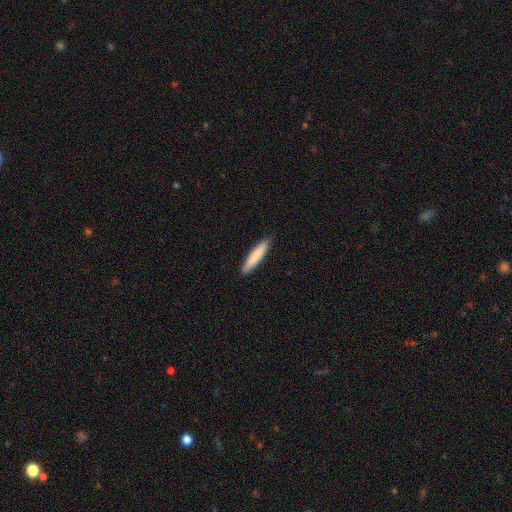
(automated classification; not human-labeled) This appears to be a smooth galaxy with no disk features (82%) that is cigar-shaped (89%). Merging: none (90%).